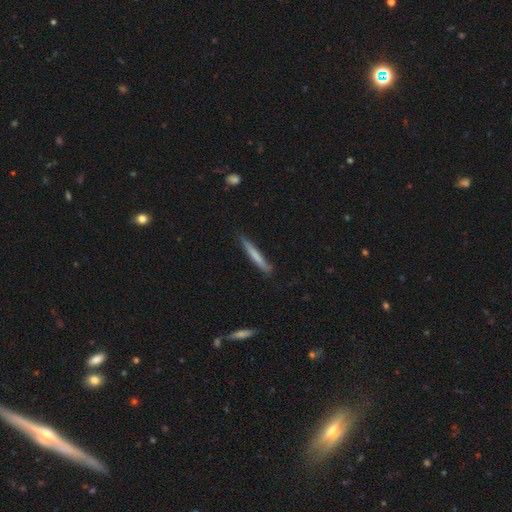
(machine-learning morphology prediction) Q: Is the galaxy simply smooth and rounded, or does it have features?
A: smooth — 65%.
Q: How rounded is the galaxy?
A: cigar-shaped — 96%.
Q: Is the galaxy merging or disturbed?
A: none — 82%.